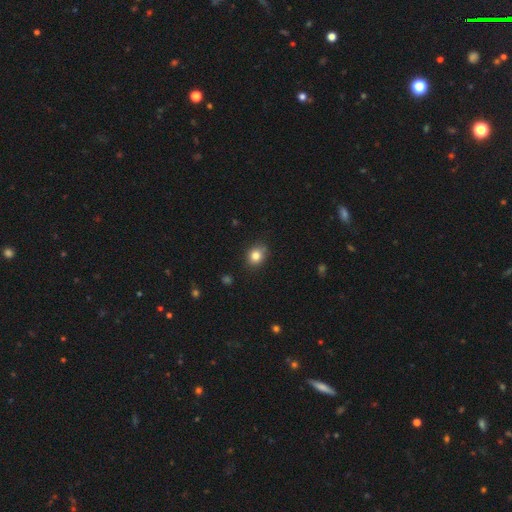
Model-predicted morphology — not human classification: A smooth galaxy with no disk features (83%) that is round (57%). Merging: none (81%).